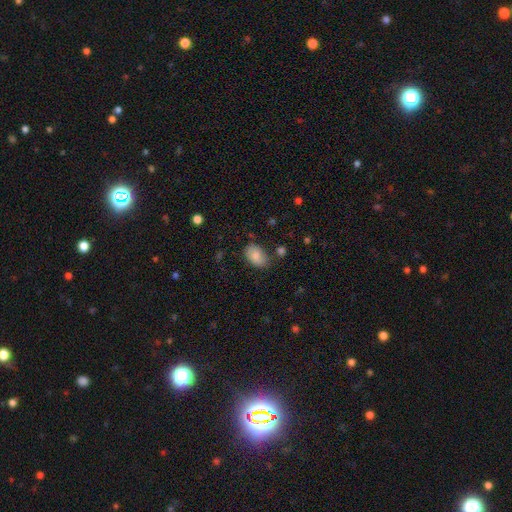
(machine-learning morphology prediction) The model was most divided on "merging": none: 70%, minor disturbance: 21%, major disturbance: 5%, merger: 4%. More confident: how rounded — in between (87%); smooth or featured — smooth (83%).